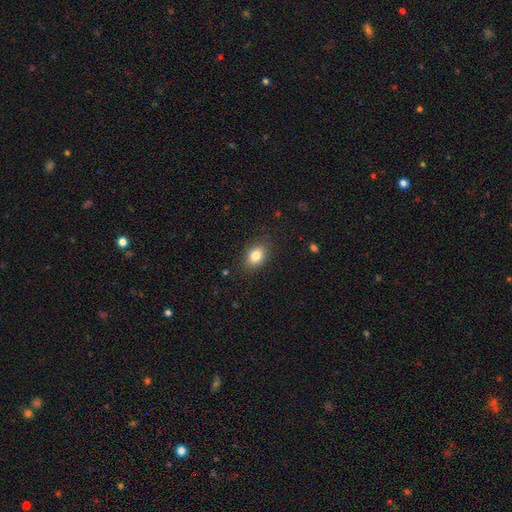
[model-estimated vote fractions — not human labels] Overall: smooth (83%). How rounded: in between (77%). Merging: none (86%).